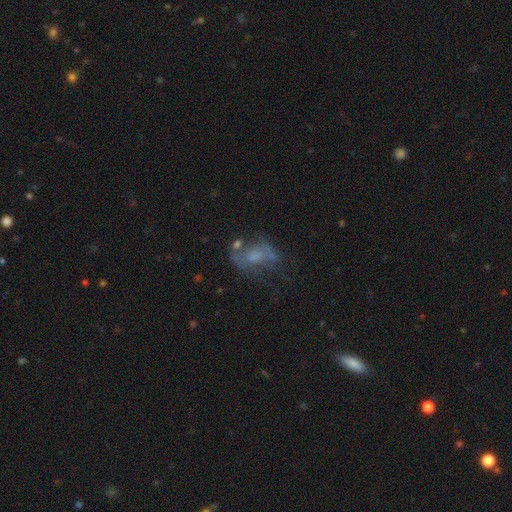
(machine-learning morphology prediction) Smooth or featured? Predicted: featured or disk (p=0.51). Edge-on disk? Predicted: no (p=0.95). Merging? Predicted: none (p=0.44).